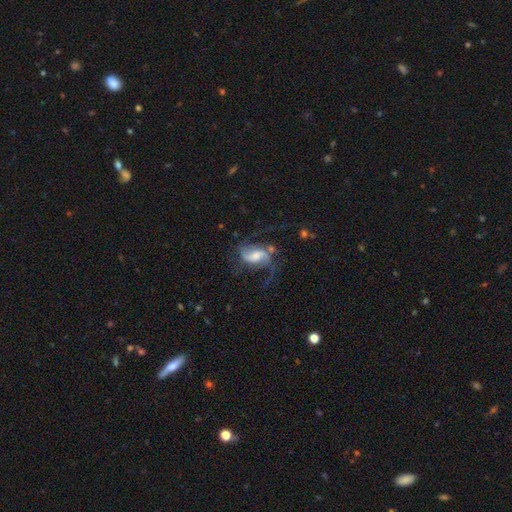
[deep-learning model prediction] The model was most divided on "bar": weak: 46%, no: 30%, strong: 24%. Remaining: edge-on disk — no (97%); spiral arms — yes (93%); spiral arm count — 2 (77%); smooth or featured — featured or disk (77%); spiral winding — loose (56%); merging — none (48%); bulge size — moderate (43%).